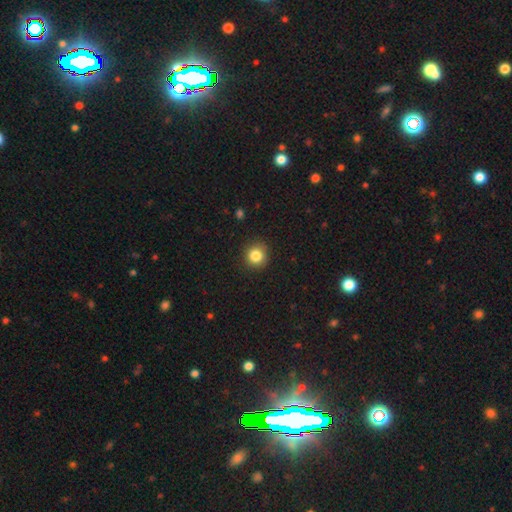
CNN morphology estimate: A smooth galaxy with no disk features (84%) that is round (92%).

Vote fractions:
- Smooth or featured? smooth: 84% / star or artifact: 11% / featured or disk: 5%
- How rounded? round: 92% / in between: 7% / cigar-shaped: 1%
- Merging? none: 90% / minor disturbance: 7% / major disturbance: 2% / merger: 1%